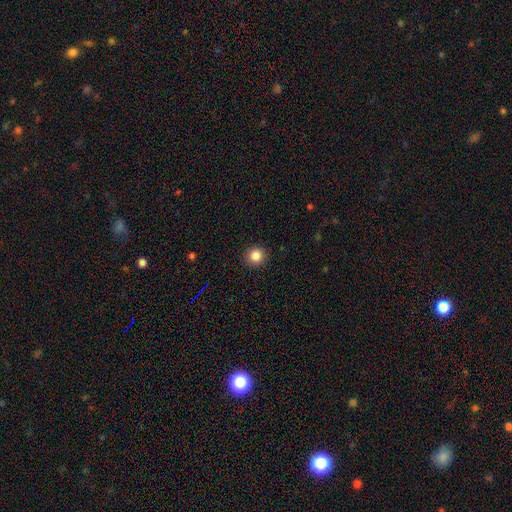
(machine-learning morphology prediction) smooth 86%, star or artifact 11%, featured or disk 4%. Down the decision tree: how rounded — round (93%); merging — none (91%).